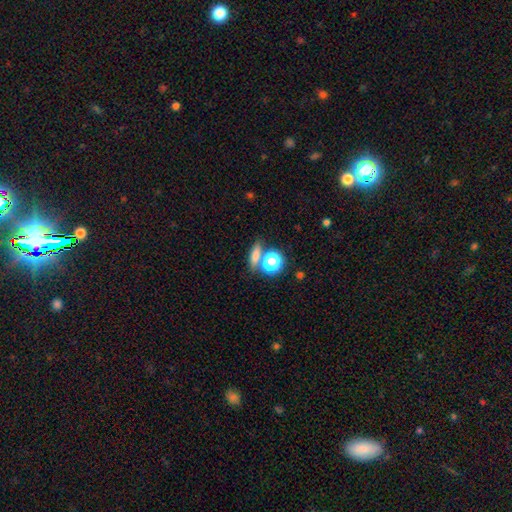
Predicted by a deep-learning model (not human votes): A smooth galaxy with no disk features (70%) that is in between round and cigar-shaped (41%). Merging: none (66%).